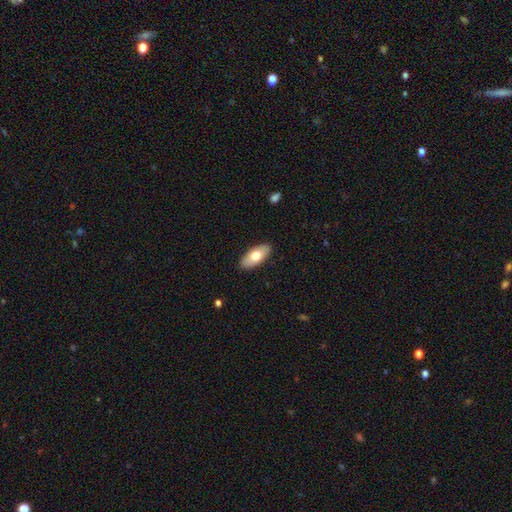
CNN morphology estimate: A smooth galaxy with no disk features (71%) that is in between round and cigar-shaped (89%).

Vote fractions:
- Smooth or featured? smooth: 71% / featured or disk: 23% / star or artifact: 6%
- How rounded? in between: 89% / cigar-shaped: 9% / round: 2%
- Merging? none: 89% / minor disturbance: 8% / major disturbance: 2% / merger: 1%